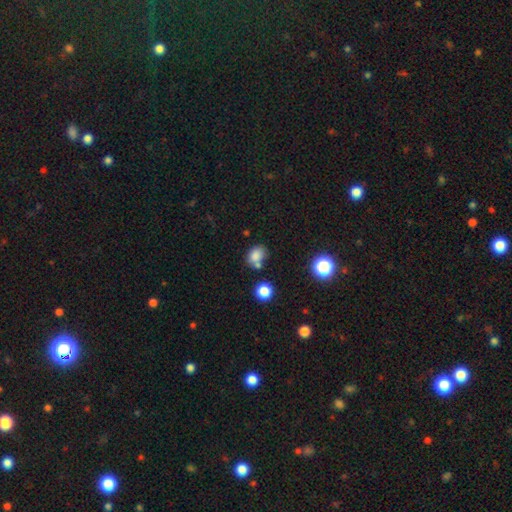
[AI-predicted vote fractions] Overall: smooth (80%). How rounded: in between (60%; round 39%). Merging: none (58%; merger 21%).